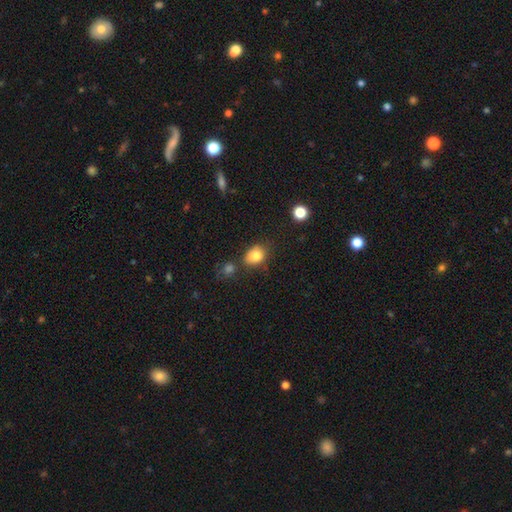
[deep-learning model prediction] A smooth galaxy with no disk features (82%) that is in between round and cigar-shaped (57%). Merging: none (64%).